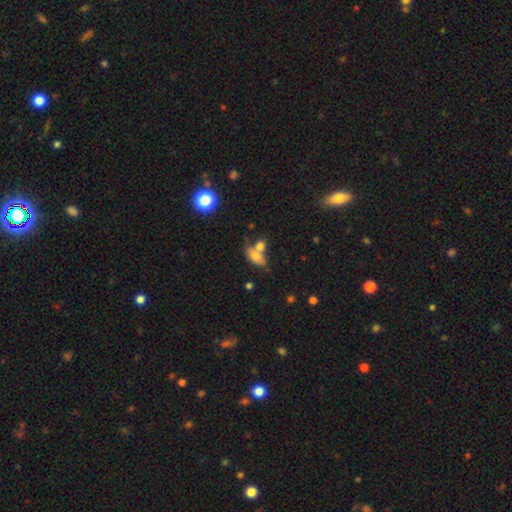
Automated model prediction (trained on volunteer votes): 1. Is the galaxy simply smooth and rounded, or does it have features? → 71% smooth, 19% featured or disk, 11% star or artifact.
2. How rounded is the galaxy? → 80% in between, 11% cigar-shaped, 9% round.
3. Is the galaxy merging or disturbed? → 42% merger, 38% none, 13% minor disturbance, 7% major disturbance.